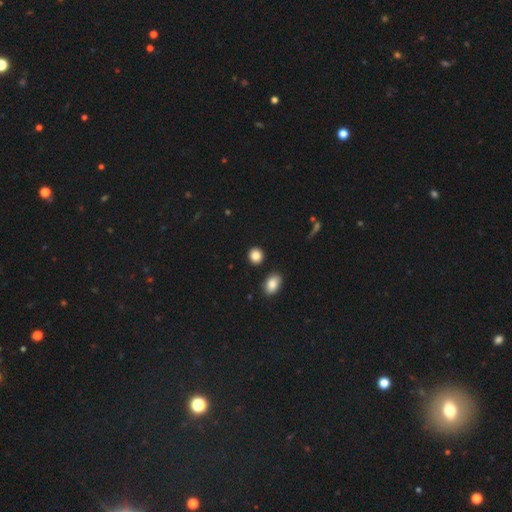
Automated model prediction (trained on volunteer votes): Morphology: type=smooth (86%); roundness=round (80%); merging=none (89%).